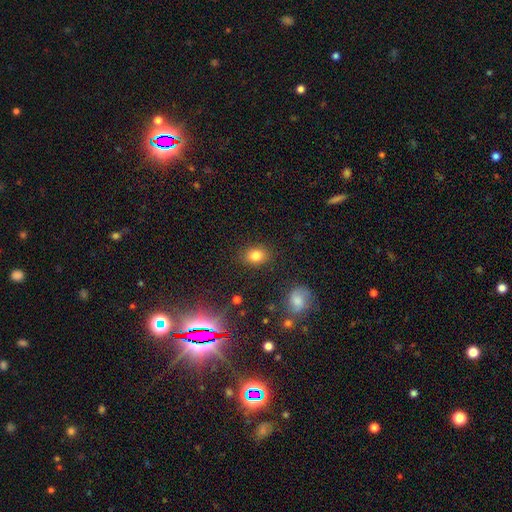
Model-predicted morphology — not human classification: Smooth or featured: smooth — 81% (star or artifact — 11%)
How rounded: in between — 61% (round — 38%)
Merging: none — 86% (minor disturbance — 9%)